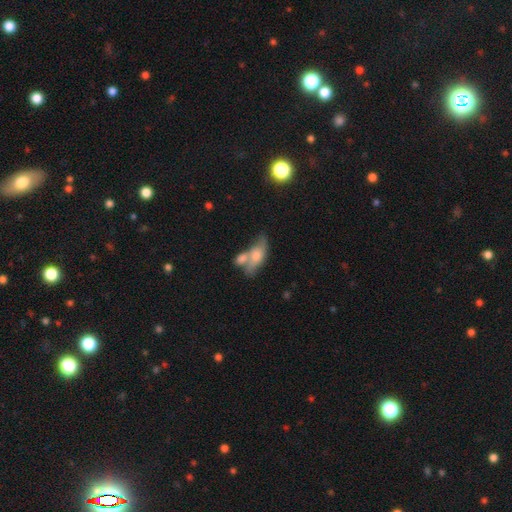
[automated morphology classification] Q: Smooth or featured?
A: smooth (57%); runner-up: featured or disk (35%)
Q: How rounded?
A: in between (78%); runner-up: cigar-shaped (16%)
Q: Merging?
A: merger (50%); runner-up: none (28%)